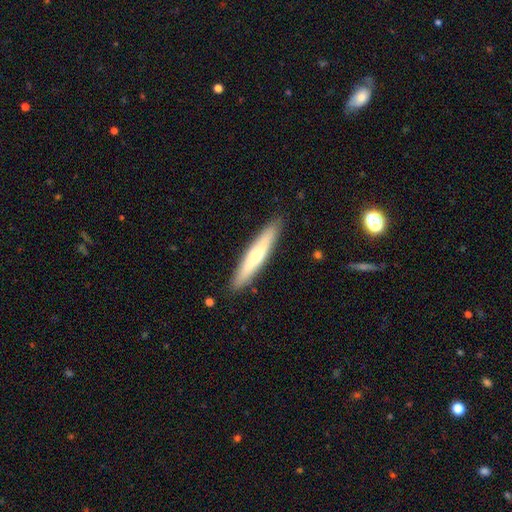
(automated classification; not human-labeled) Smooth or featured: smooth — 52% (featured or disk — 41%)
How rounded: cigar-shaped — 90% (in between — 8%)
Merging: none — 90% (minor disturbance — 8%)